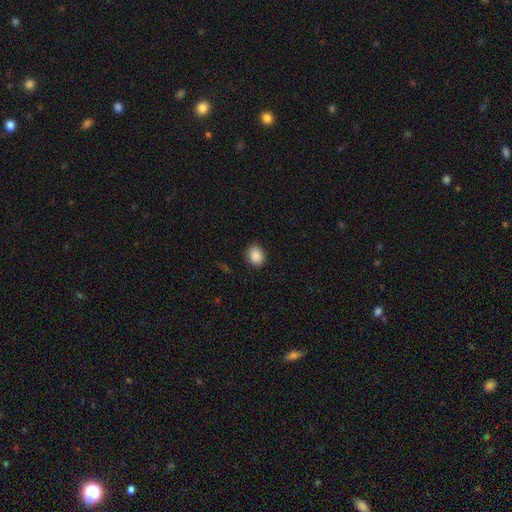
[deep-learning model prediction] Smooth or featured? Predicted: smooth (p=0.88). How rounded? Predicted: round (p=0.51). Merging? Predicted: none (p=0.87).